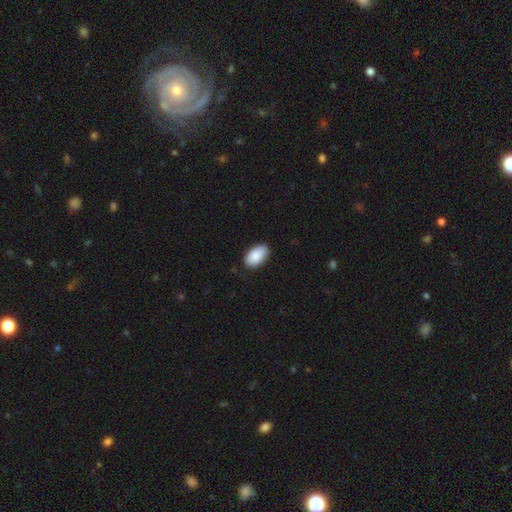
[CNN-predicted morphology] A smooth galaxy with no disk features (89%) that is in between round and cigar-shaped (95%). Merging: none (85%).